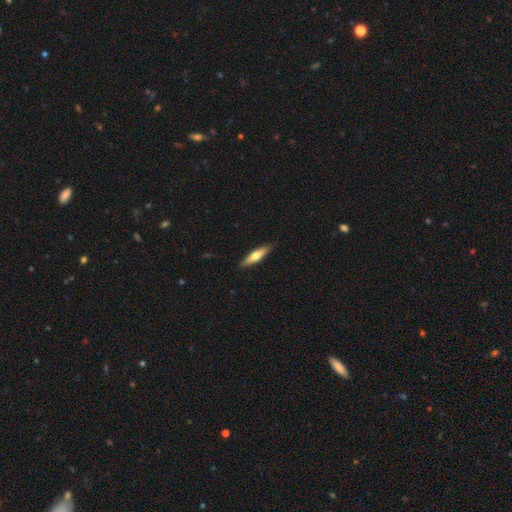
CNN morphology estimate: Smooth or featured?
  - featured or disk: 47% * (tied)
  - smooth: 47% * (tied)
  - star or artifact: 5%
Merging?
  - none: 88% *
  - minor disturbance: 9%
  - major disturbance: 2%
  - merger: 1%